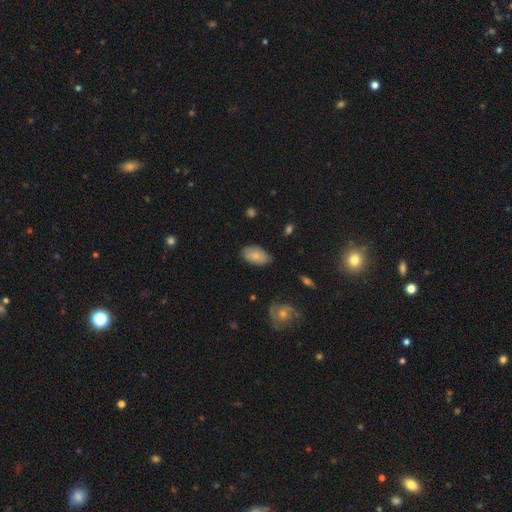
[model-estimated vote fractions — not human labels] Smooth or featured? Predicted: smooth (p=0.76). How rounded? Predicted: in between (p=0.93). Merging? Predicted: none (p=0.74).